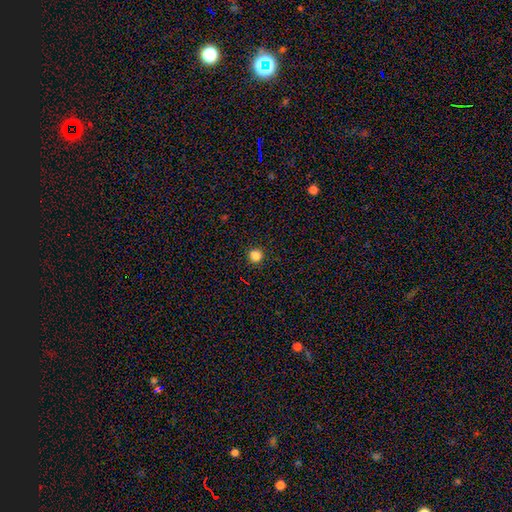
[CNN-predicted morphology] Q: Smooth or featured?
A: smooth (84%); runner-up: star or artifact (12%)
Q: How rounded?
A: round (94%); runner-up: in between (5%)
Q: Merging?
A: none (92%); runner-up: minor disturbance (5%)